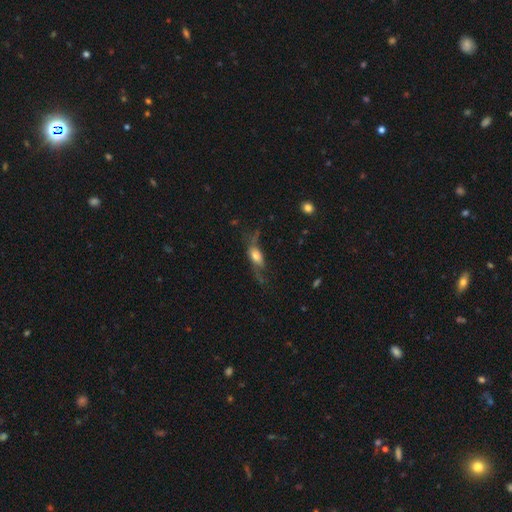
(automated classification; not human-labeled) smooth-or-featured: smooth: 49% | featured or disk: 41% | star or artifact: 9%
  merging: none: 37% | major disturbance: 35% | minor disturbance: 24% | merger: 4%